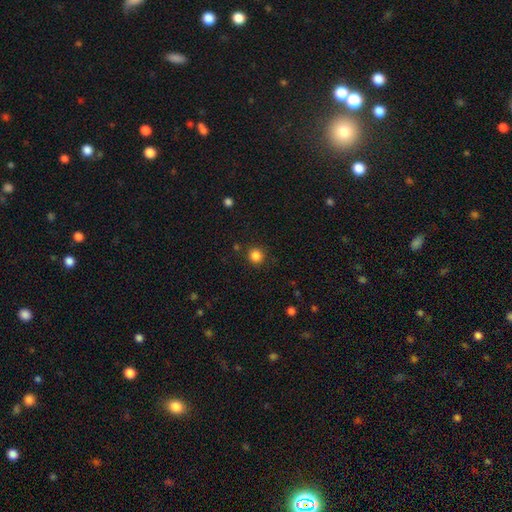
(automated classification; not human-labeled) This is clearly a smooth galaxy (84%). How rounded: clearly round (91%). Merging: clearly none (89%).